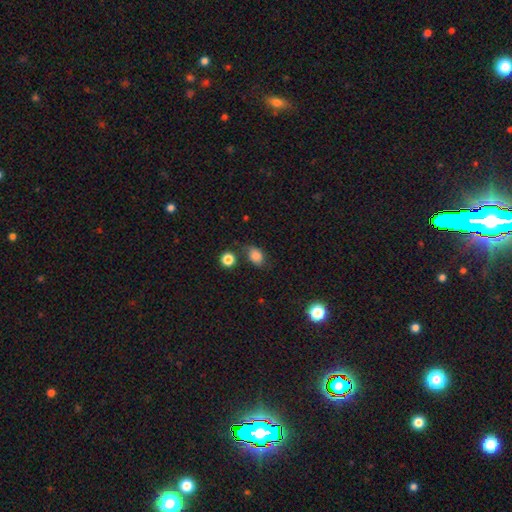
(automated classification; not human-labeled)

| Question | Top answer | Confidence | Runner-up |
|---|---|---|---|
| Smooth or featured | smooth | 81% | star or artifact (11%) |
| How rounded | in between | 72% | round (27%) |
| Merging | none | 60% | minor disturbance (26%) |